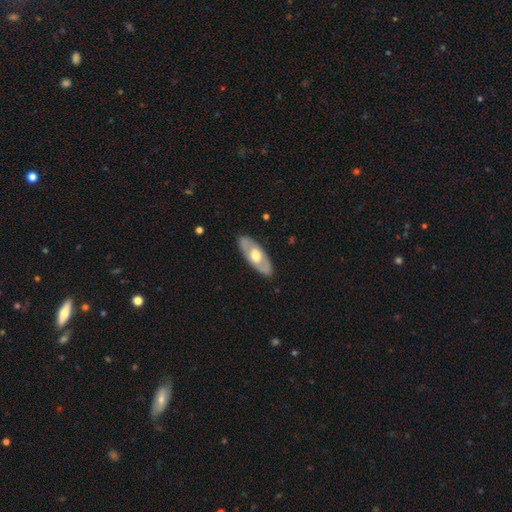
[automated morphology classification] type=featured or disk (55%); edge-on=no (75%); merging=none (86%).